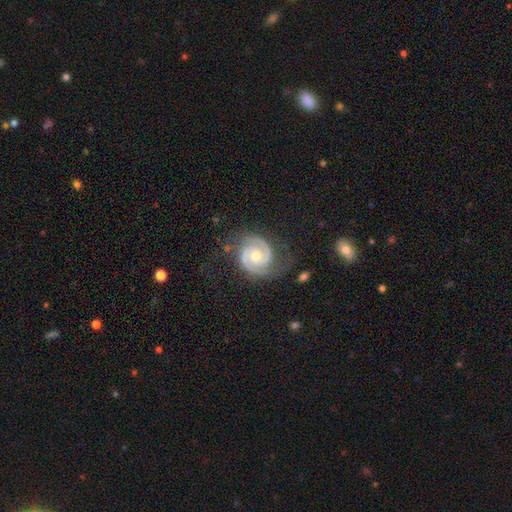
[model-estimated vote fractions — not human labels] The model was most divided on "spiral winding": tight: 55%, medium: 39%, loose: 7%. More confident: spiral arms — yes (98%); edge-on disk — no (98%); spiral arm count — 2 (92%); smooth or featured — featured or disk (91%); merging — none (73%); bar — no (66%); bulge size — moderate (65%).